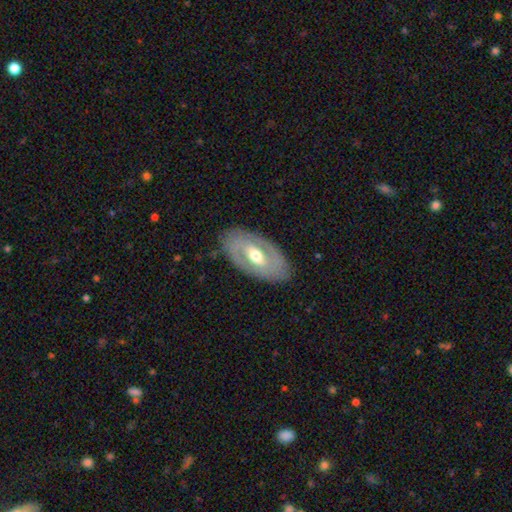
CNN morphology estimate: Smooth or featured?
  - featured or disk: 66% *
  - smooth: 29%
  - star or artifact: 5%
Edge-on disk?
  - no: 89% *
  - yes: 11%
Bar?
  - weak: 40% *
  - no: 37%
  - strong: 24%
Spiral arms?
  - no: 56% *
  - yes: 44%
Bulge size?
  - moderate: 70% *
  - small: 19%
  - large: 9%
  - dominant: 1%
  - none: 1%
Merging?
  - none: 83% *
  - minor disturbance: 12%
  - major disturbance: 4%
  - merger: 1%